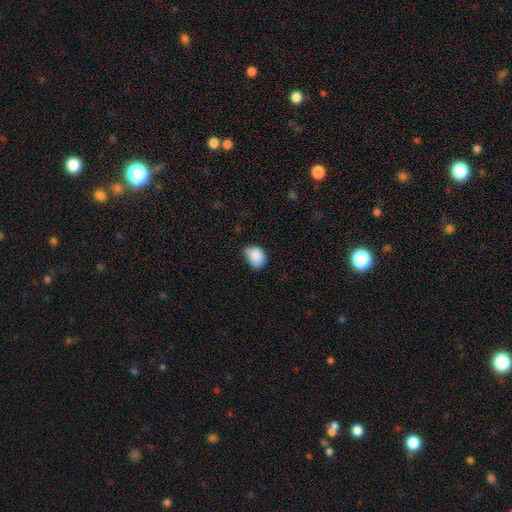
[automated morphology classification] Smooth or featured?
  - smooth: 86% *
  - star or artifact: 8%
  - featured or disk: 5%
How rounded?
  - in between: 60% *
  - round: 39%
  - cigar-shaped: 1%
Merging?
  - minor disturbance: 47% *
  - none: 40%
  - major disturbance: 9%
  - merger: 3%